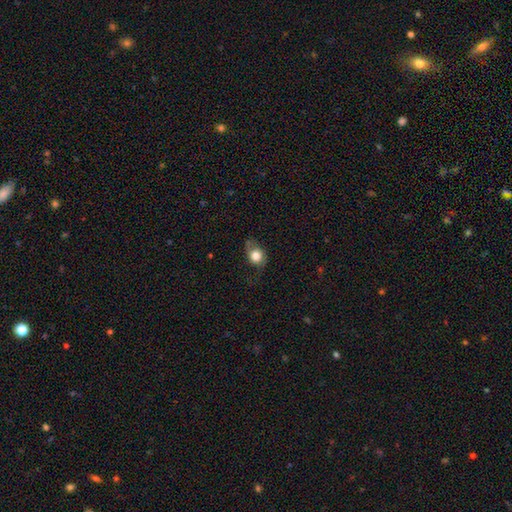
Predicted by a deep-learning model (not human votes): smooth-or-featured: smooth: 67% | featured or disk: 24% | star or artifact: 9%
  how-rounded: round: 59% | in between: 40% | cigar-shaped: 1%
  merging: none: 54% | minor disturbance: 28% | major disturbance: 16% | merger: 2%